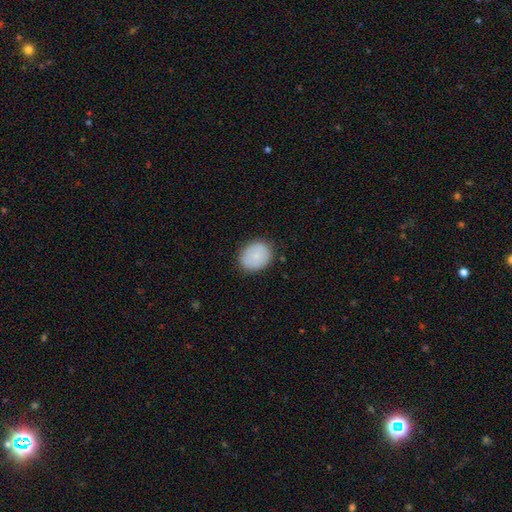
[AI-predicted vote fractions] Smooth or featured?
  - smooth: 81% *
  - featured or disk: 12%
  - star or artifact: 7%
How rounded?
  - round: 55% *
  - in between: 44%
  - cigar-shaped: 1%
Merging?
  - none: 82% *
  - minor disturbance: 14%
  - major disturbance: 3%
  - merger: 1%